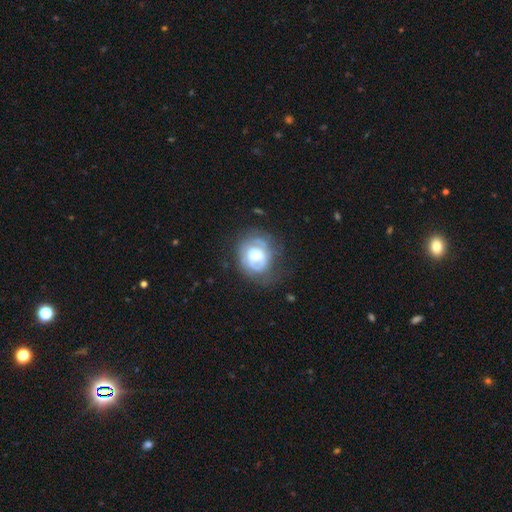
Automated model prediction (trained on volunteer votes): A featured or disk galaxy (61%) with no bar (59%), spiral arms (59%) and a moderate central bulge (50%).

Vote fractions:
- Smooth or featured? featured or disk: 61% / smooth: 31% / star or artifact: 7%
- Edge-on disk? no: 97% / yes: 3%
- Bar? no: 59% / weak: 31% / strong: 10%
- Spiral arms? yes: 59% / no: 41%
- Bulge size? moderate: 50% / large: 30% / small: 14% / dominant: 3% / none: 3%
- Merging? none: 58% / minor disturbance: 24% / major disturbance: 16% / merger: 2%